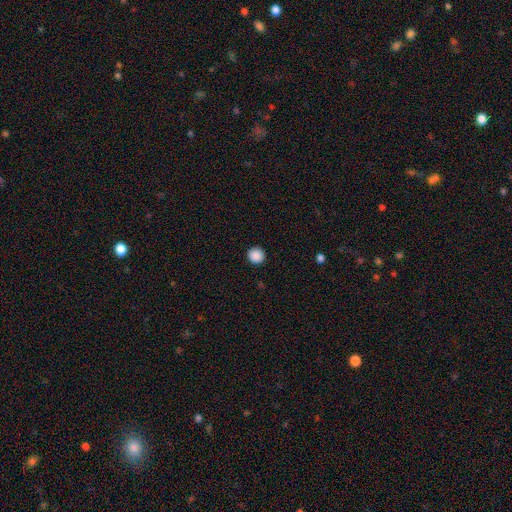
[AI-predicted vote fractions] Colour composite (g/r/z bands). It shows a smooth galaxy with no disk features (89%) that is round (94%). Merging: none (93%).